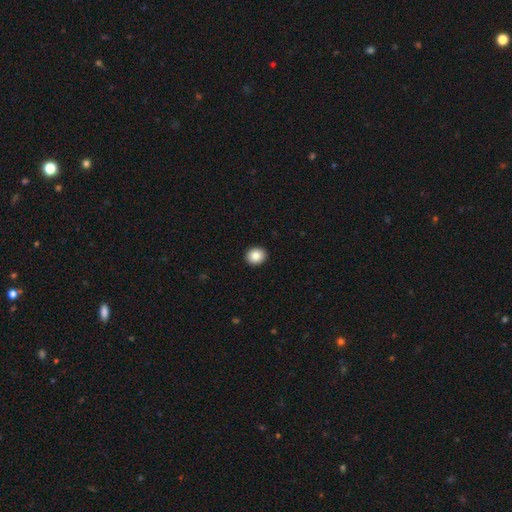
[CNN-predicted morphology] type=smooth (86%); roundness=round (73%); merging=none (93%).